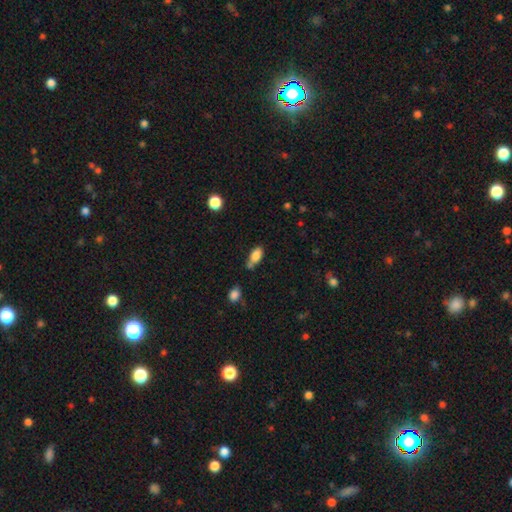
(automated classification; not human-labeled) Smooth or featured: smooth — 83% (star or artifact — 9%)
How rounded: in between — 88% (cigar-shaped — 7%)
Merging: none — 50% (minor disturbance — 26%)